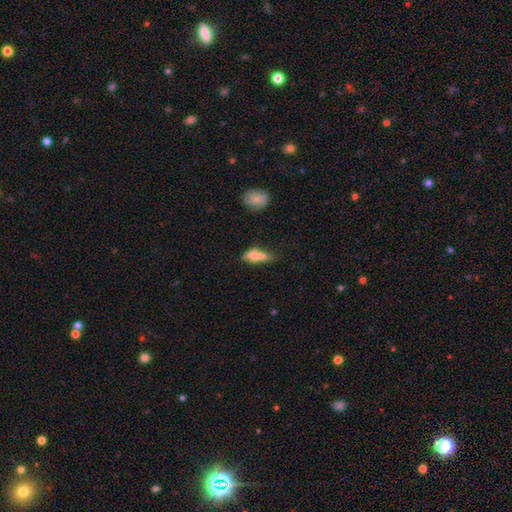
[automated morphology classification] type=smooth (63%); roundness=in between (52%); merging=none (39%).